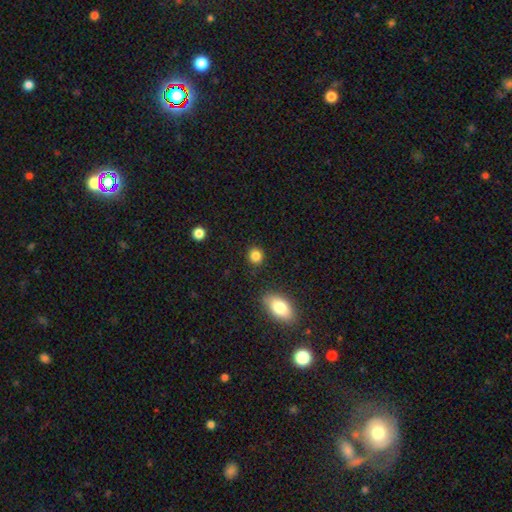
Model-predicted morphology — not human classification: type=smooth (85%); roundness=round (81%); merging=none (88%).